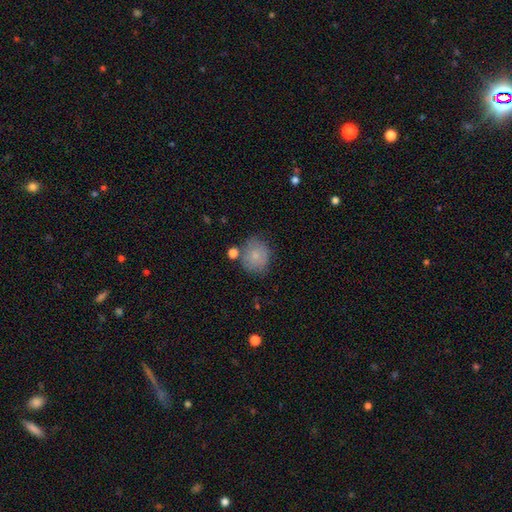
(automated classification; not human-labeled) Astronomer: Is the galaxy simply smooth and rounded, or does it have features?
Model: smooth — 77%.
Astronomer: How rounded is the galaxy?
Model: round — 77%.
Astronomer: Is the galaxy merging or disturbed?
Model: none — 65%.